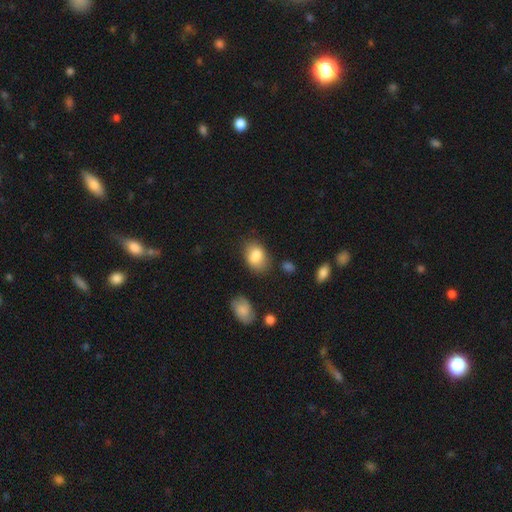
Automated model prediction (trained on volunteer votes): A smooth galaxy with no disk features (83%) that is in between round and cigar-shaped (82%). Merging: none (69%).